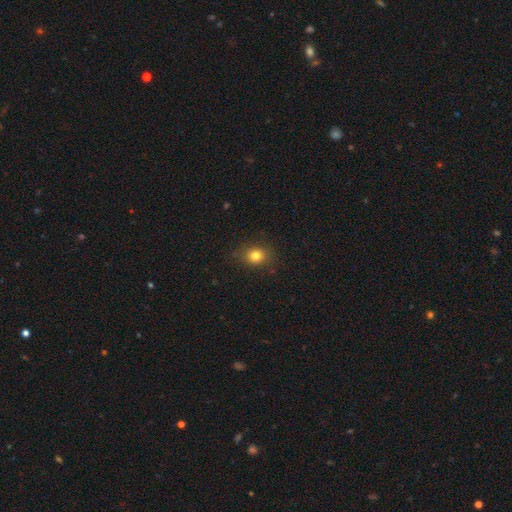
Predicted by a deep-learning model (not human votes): smooth_or_featured: smooth (p=0.80) [alt: star or artifact p=0.13]
how_rounded: round (p=0.67) [alt: in between p=0.32]
merging: none (p=0.84) [alt: minor disturbance p=0.12]